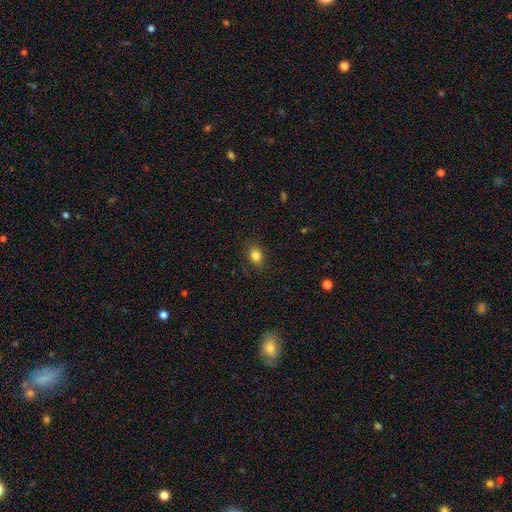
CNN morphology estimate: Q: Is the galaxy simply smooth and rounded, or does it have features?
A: smooth — 83%.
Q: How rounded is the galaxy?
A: in between — 57%.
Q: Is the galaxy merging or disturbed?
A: none — 86%.